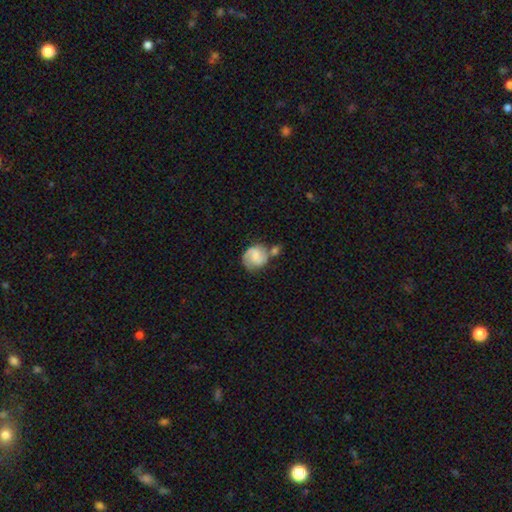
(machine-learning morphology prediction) This is possibly a smooth galaxy (47%). Merging: marginally none (42%).